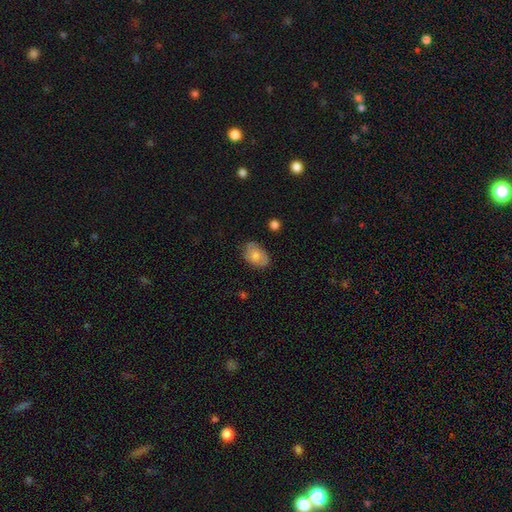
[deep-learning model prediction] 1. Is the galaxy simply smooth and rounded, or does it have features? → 76% smooth, 17% featured or disk, 7% star or artifact.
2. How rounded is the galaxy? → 86% in between, 13% round, 1% cigar-shaped.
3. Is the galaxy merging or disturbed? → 73% none, 21% minor disturbance, 4% major disturbance, 2% merger.